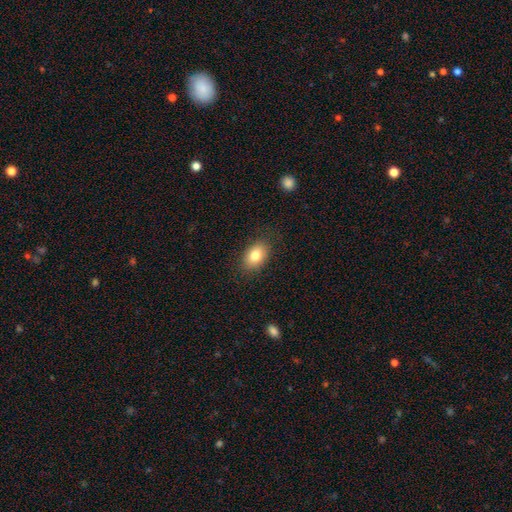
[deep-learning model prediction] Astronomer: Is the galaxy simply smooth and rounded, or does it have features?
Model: smooth — 81%.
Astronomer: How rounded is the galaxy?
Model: in between — 83%.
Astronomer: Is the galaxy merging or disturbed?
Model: none — 85%.